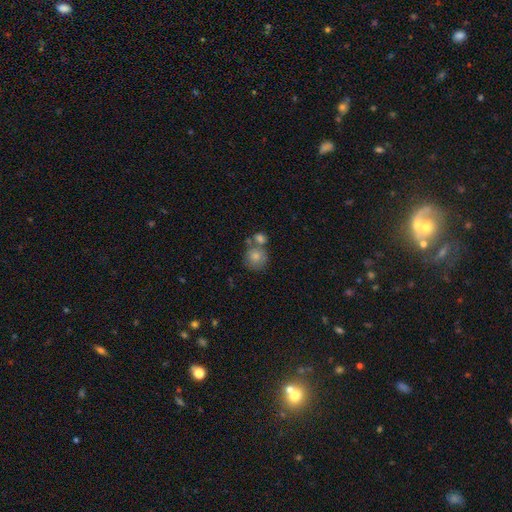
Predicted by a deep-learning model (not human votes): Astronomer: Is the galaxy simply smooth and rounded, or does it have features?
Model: smooth — 67%.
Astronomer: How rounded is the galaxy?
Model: round — 87%.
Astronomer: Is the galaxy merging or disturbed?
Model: none — 58%.